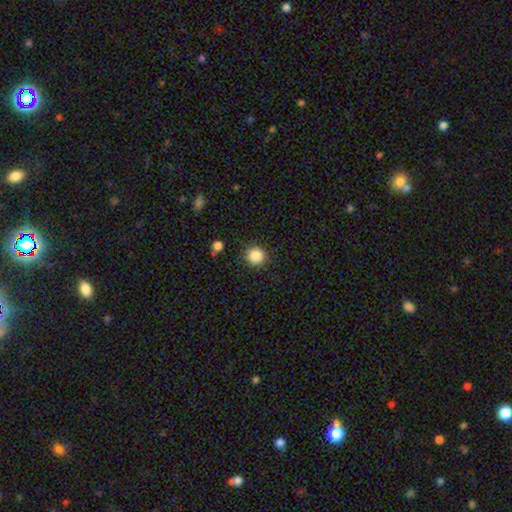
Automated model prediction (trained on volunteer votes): smooth 86%, star or artifact 10%, featured or disk 4%. Down the decision tree: how rounded — round (94%); merging — none (89%).